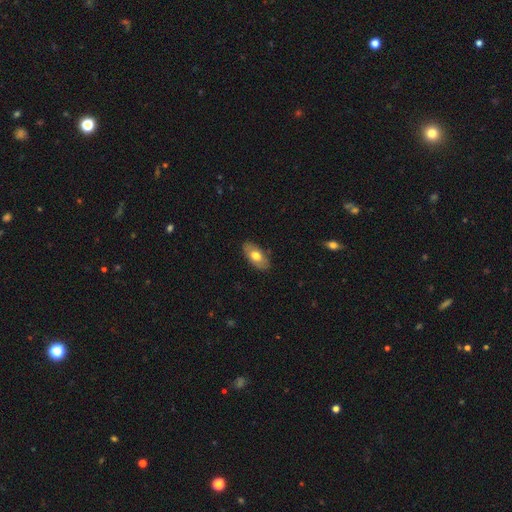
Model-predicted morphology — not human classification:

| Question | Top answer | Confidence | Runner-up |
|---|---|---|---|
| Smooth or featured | smooth | 68% | featured or disk (26%) |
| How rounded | in between | 93% | cigar-shaped (4%) |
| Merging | none | 85% | minor disturbance (11%) |